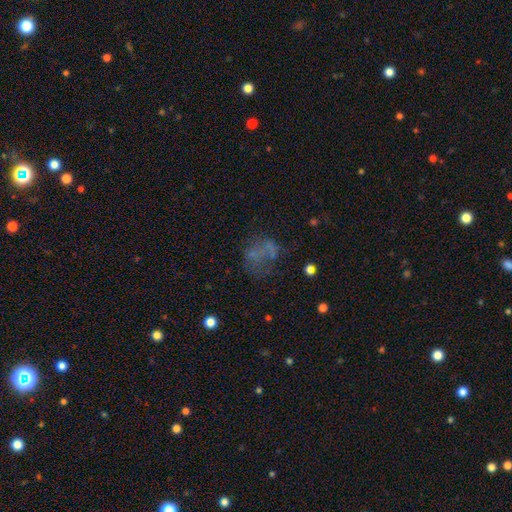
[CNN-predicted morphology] Smooth or featured? smooth (39%)
Merging? none (43%)